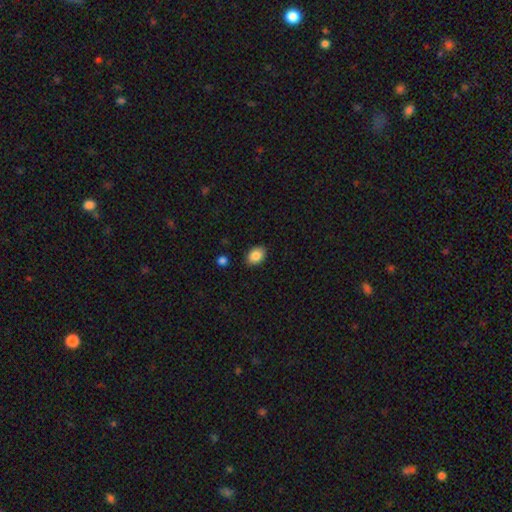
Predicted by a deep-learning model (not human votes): Q: Smooth or featured?
A: smooth (87%); runner-up: star or artifact (8%)
Q: How rounded?
A: in between (74%); runner-up: round (25%)
Q: Merging?
A: none (88%); runner-up: minor disturbance (9%)